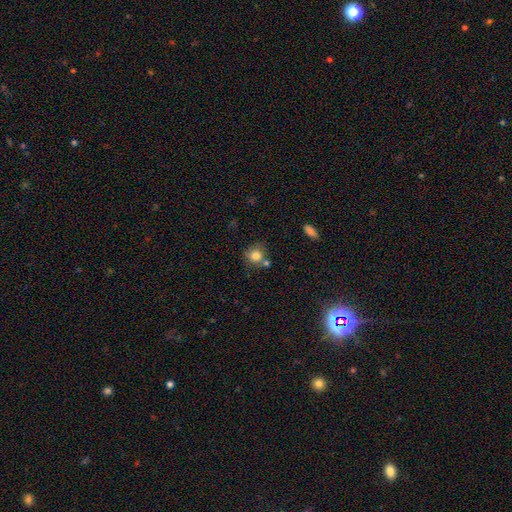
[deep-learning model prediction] A smooth galaxy with no disk features (80%) that is round (81%). Merging: none (60%).